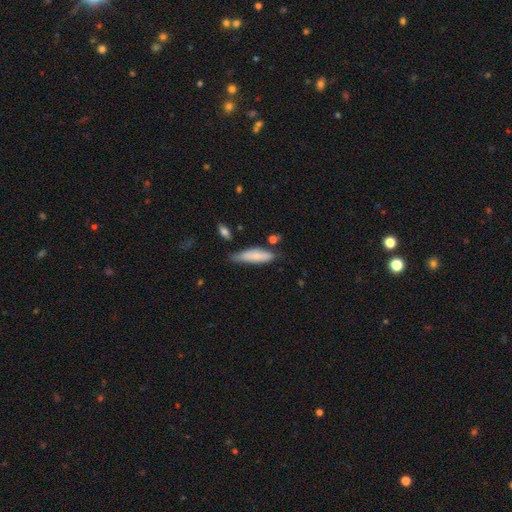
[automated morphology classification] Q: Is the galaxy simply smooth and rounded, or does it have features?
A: smooth — 77%.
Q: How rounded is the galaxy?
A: cigar-shaped — 57%.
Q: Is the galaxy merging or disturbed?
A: none — 57%.